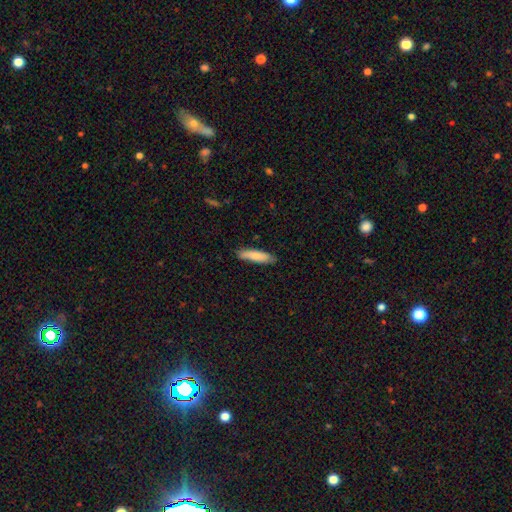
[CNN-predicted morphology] smooth_or_featured: smooth (p=0.81) [alt: featured or disk p=0.13]
how_rounded: cigar-shaped (p=0.71) [alt: in between p=0.28]
merging: none (p=0.84) [alt: minor disturbance p=0.13]